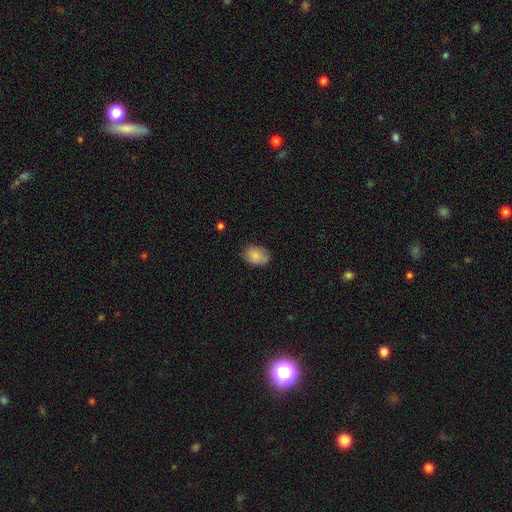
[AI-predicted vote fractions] A smooth galaxy with no disk features (85%) that is in between round and cigar-shaped (76%). Merging: none (77%).